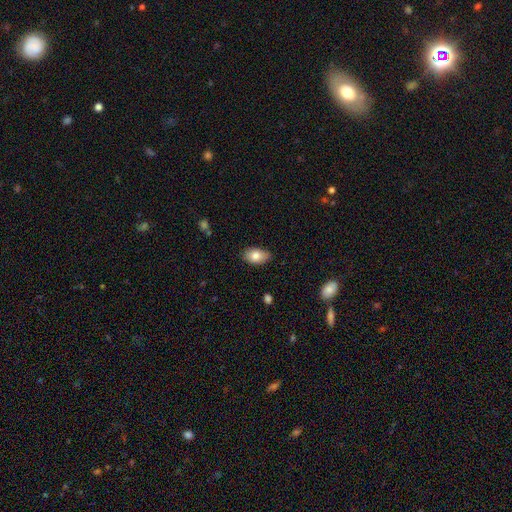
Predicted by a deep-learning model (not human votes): Morphology: type=smooth (81%); roundness=in between (91%); merging=none (79%).